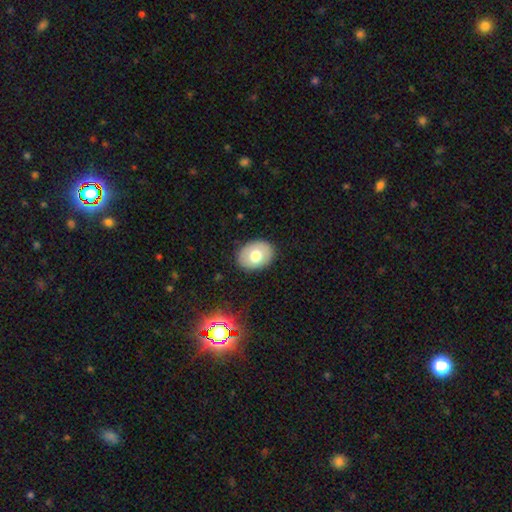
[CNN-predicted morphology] This is likely a smooth galaxy (71%). How rounded: likely in between (68%). Merging: clearly none (88%).